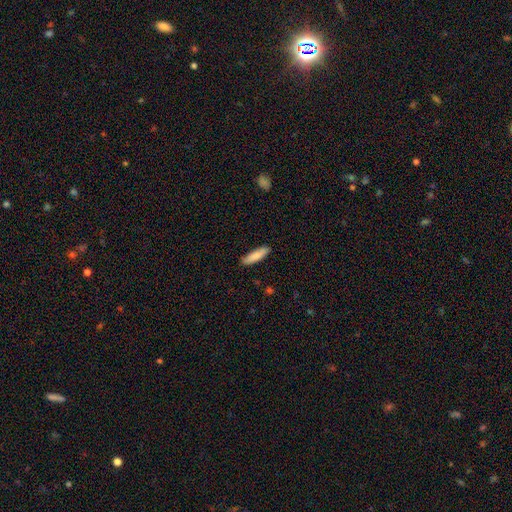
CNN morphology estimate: Smooth or featured: smooth — 83% (featured or disk — 11%)
How rounded: cigar-shaped — 68% (in between — 30%)
Merging: none — 88% (minor disturbance — 9%)